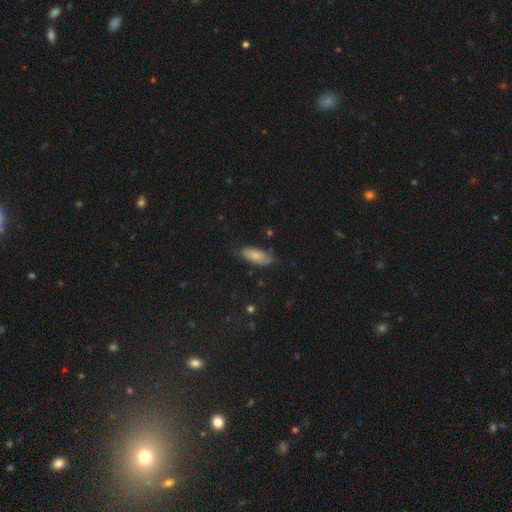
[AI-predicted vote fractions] A smooth galaxy with no disk features (76%) that is in between round and cigar-shaped (83%). Merging: none (69%).